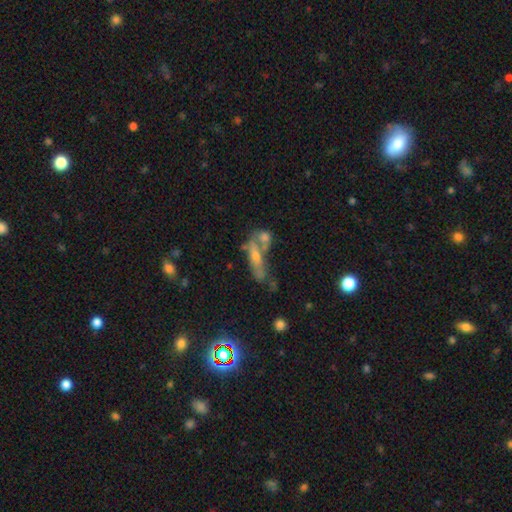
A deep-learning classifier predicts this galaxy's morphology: Overall: featured or disk (43%; smooth 37%). Merging: merger (45%; none 30%).